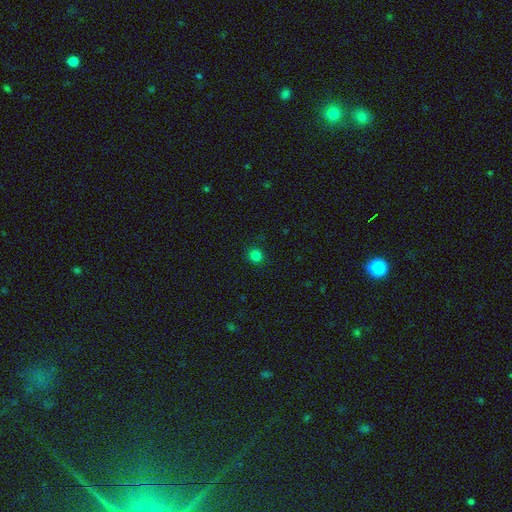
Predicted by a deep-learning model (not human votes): Smooth or featured? smooth (81%)
How rounded? round (90%)
Merging? none (90%)